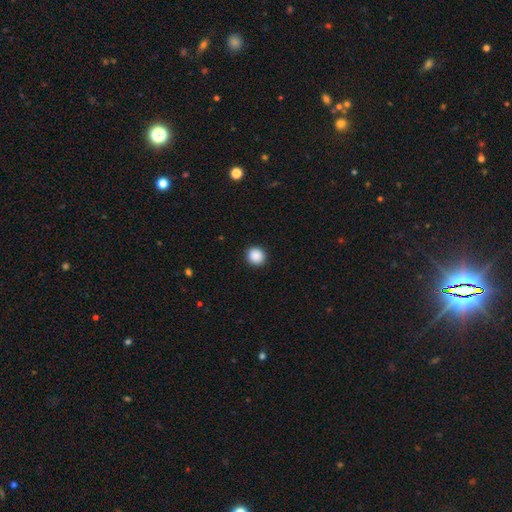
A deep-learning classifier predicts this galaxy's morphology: Smooth or featured? Predicted: smooth (p=0.89). How rounded? Predicted: round (p=0.91). Merging? Predicted: none (p=0.92).